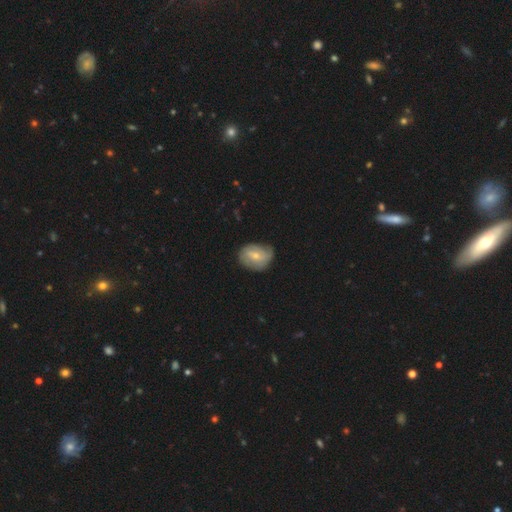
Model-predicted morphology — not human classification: Overall: featured or disk (53%; smooth 41%). Edge-on disk: no (96%). Bar: no (47%; weak 43%). Spiral arms: yes (74%). Bulge size: small (61%; moderate 35%). Merging: none (61%; minor disturbance 29%).